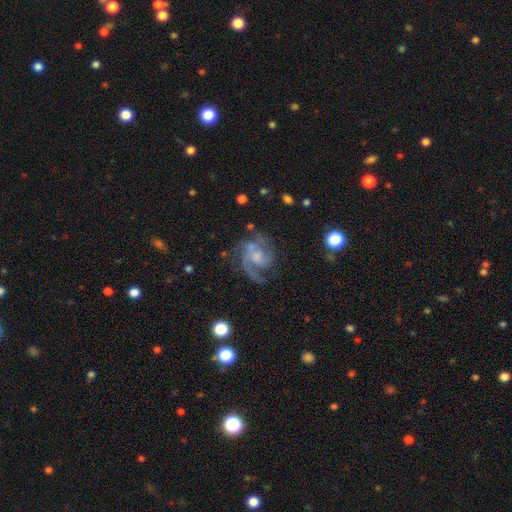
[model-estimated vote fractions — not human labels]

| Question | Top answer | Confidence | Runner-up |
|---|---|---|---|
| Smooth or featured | featured or disk | 82% | smooth (11%) |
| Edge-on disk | no | 98% | yes (2%) |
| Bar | no | 60% | weak (34%) |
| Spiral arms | yes | 93% | no (7%) |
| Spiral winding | medium | 50% | tight (29%) |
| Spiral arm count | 2 | 42% | 3 (17%) |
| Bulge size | moderate | 35% | small (34%) |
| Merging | none | 57% | major disturbance (21%) |